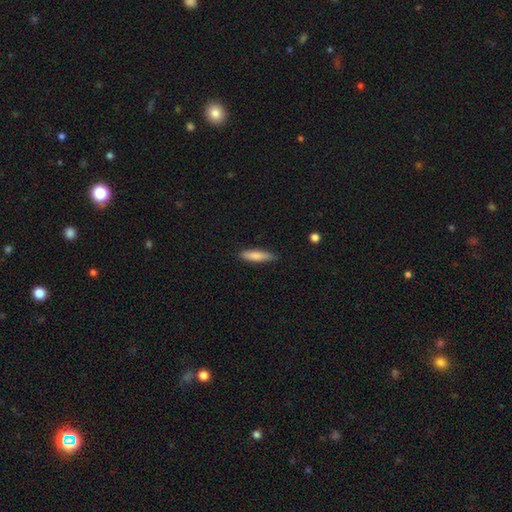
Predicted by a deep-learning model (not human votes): Overall: smooth (80%). How rounded: cigar-shaped (76%). Merging: none (83%).